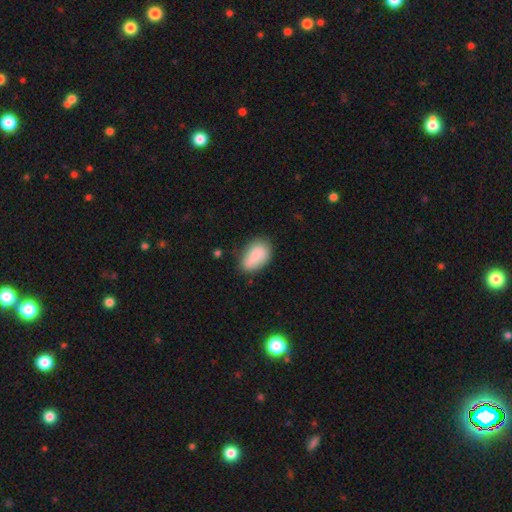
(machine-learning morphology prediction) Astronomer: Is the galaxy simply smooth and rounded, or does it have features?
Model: smooth — 84%.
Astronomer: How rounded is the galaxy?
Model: in between — 90%.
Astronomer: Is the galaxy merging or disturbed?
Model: none — 64%.